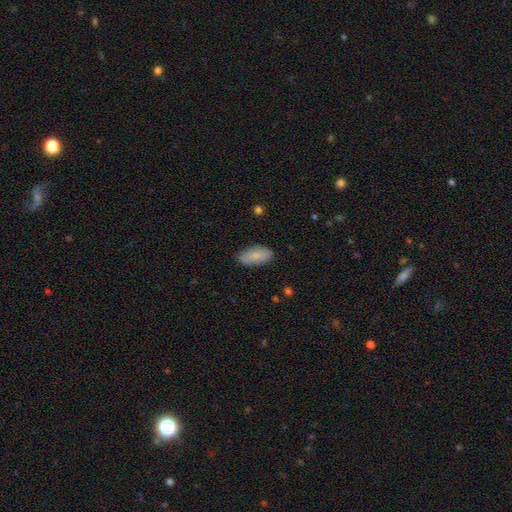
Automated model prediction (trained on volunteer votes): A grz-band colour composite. It shows a smooth galaxy with no disk features (81%) that is in between round and cigar-shaped (92%). Merging: none (83%).